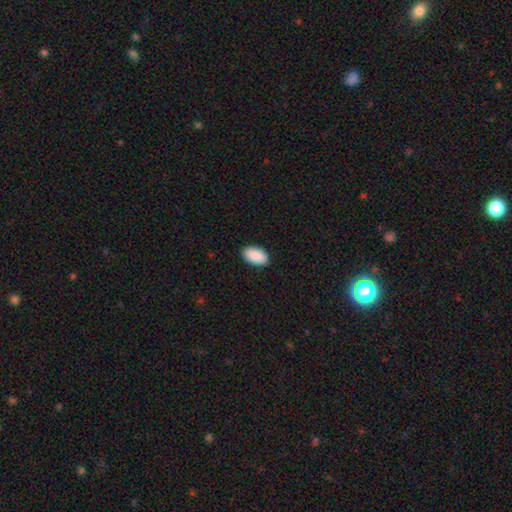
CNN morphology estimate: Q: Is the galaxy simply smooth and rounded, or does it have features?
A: smooth — 91%.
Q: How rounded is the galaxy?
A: in between — 95%.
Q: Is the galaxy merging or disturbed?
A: none — 90%.